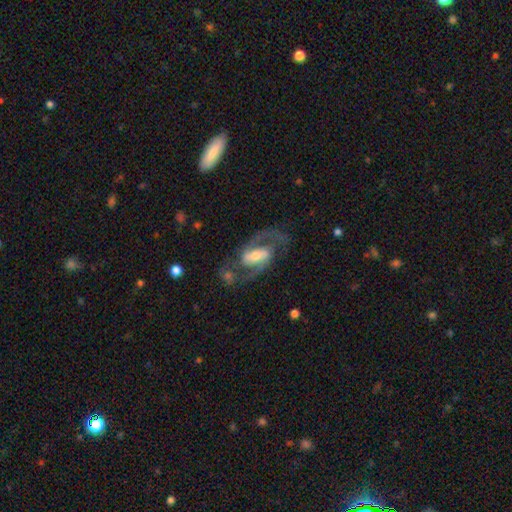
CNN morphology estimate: smooth-or-featured: featured or disk: 87% | smooth: 8% | star or artifact: 5%
  disk-edge-on: no: 96% | yes: 4%
    bar: strong: 43% | weak: 40% | no: 17%
    has-spiral-arms: yes: 95% | no: 5%
      spiral-winding: medium: 61% | loose: 23% | tight: 16%
      spiral-arm-count: 2: 92% | can't tell: 3% | 1: 2% | 3: 1% | 4: 1% | more than 4: 1%
    bulge-size: moderate: 49% | small: 35% | large: 11% | none: 3% | dominant: 2%
  merging: none: 72% | minor disturbance: 14% | major disturbance: 10% | merger: 4%